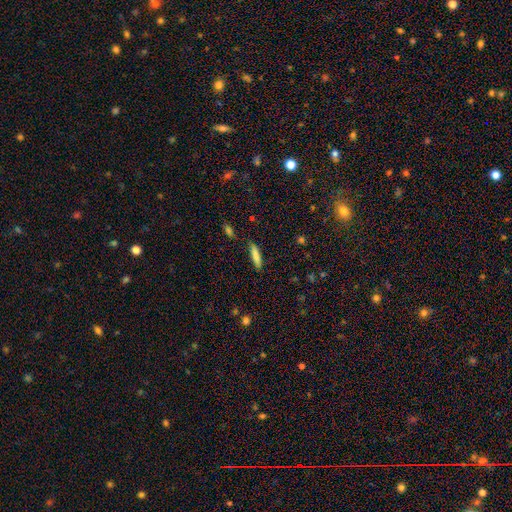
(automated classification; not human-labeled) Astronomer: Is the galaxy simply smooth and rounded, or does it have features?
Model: smooth — 82%.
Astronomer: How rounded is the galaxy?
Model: cigar-shaped — 79%.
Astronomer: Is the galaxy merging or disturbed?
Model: none — 83%.